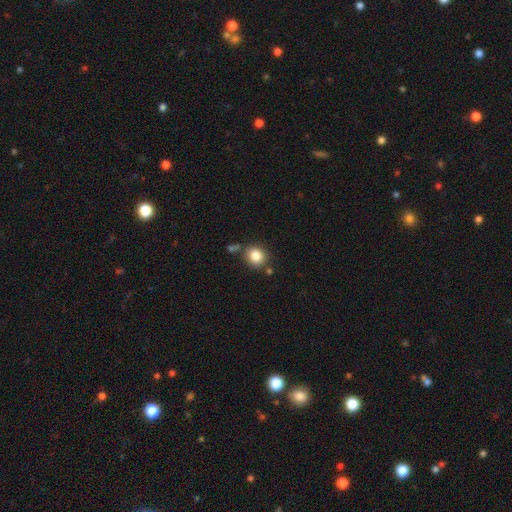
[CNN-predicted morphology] Smooth or featured? smooth (84%)
How rounded? round (79%)
Merging? none (73%)